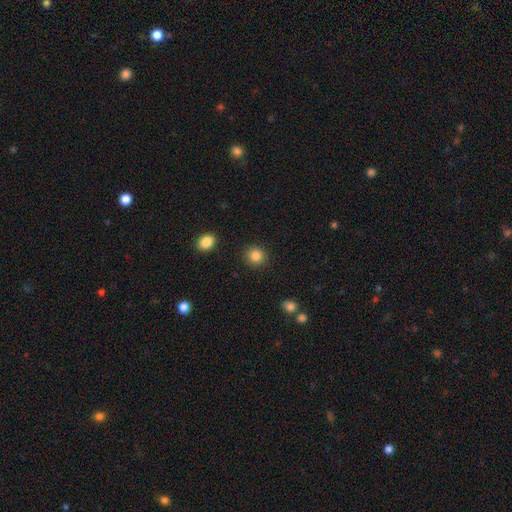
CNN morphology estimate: This appears to be a smooth galaxy with no disk features (86%) that is round (90%). Merging: none (91%).